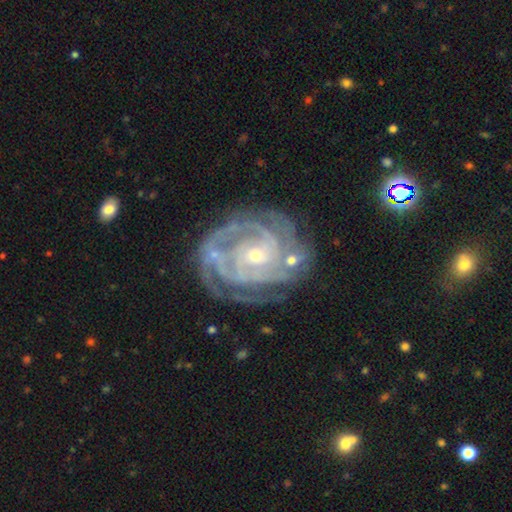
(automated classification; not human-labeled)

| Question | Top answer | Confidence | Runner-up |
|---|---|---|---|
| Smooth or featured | featured or disk | 91% | star or artifact (6%) |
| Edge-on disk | no | 97% | yes (3%) |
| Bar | no | 64% | weak (25%) |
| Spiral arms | yes | 98% | no (2%) |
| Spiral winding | tight | 77% | medium (20%) |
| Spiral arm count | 3 | 27% | 4 (25%) |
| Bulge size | small | 70% | moderate (27%) |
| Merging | none | 70% | minor disturbance (19%) |